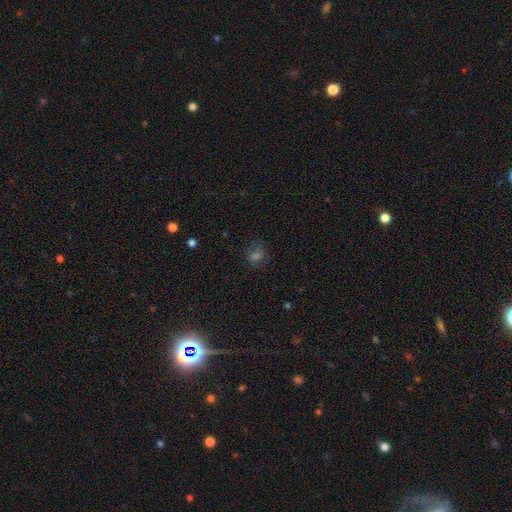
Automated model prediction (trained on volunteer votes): Smooth or featured? Predicted: smooth (p=0.47). Merging? Predicted: none (p=0.64).